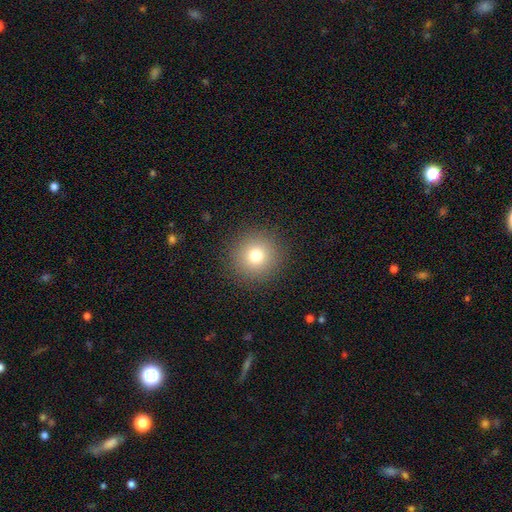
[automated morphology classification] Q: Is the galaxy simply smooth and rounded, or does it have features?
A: smooth — 76%.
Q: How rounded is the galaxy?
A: round — 95%.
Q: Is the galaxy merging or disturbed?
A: none — 91%.